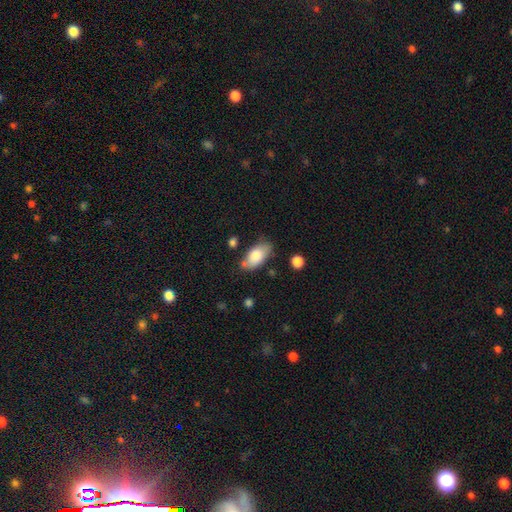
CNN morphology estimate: smooth_or_featured: smooth (p=0.80) [alt: featured or disk p=0.14]
how_rounded: in between (p=0.91) [alt: cigar-shaped p=0.05]
merging: none (p=0.69) [alt: minor disturbance p=0.20]